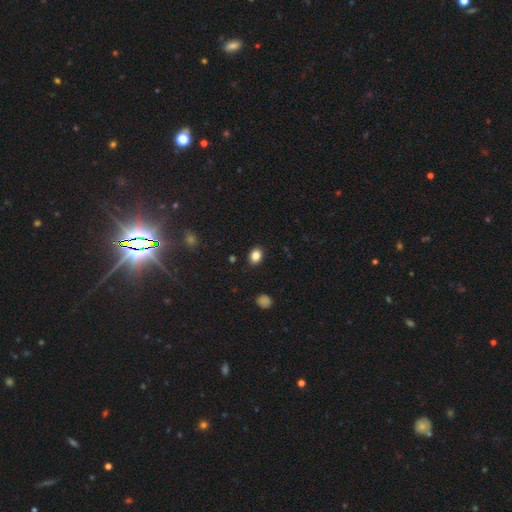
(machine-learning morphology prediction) type=smooth (86%); roundness=in between (64%); merging=none (88%).